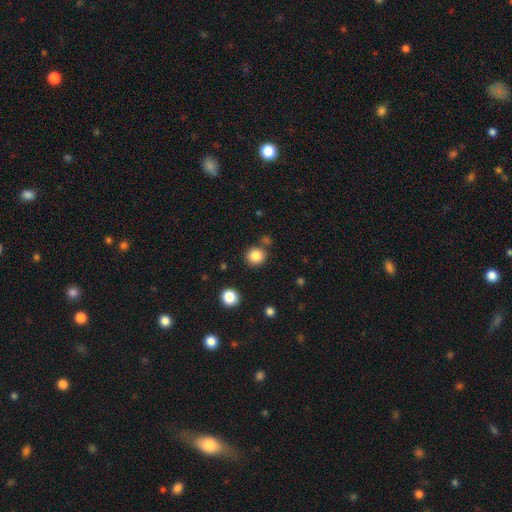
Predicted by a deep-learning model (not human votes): Smooth or featured? Predicted: smooth (p=0.84). How rounded? Predicted: round (p=0.89). Merging? Predicted: none (p=0.82).